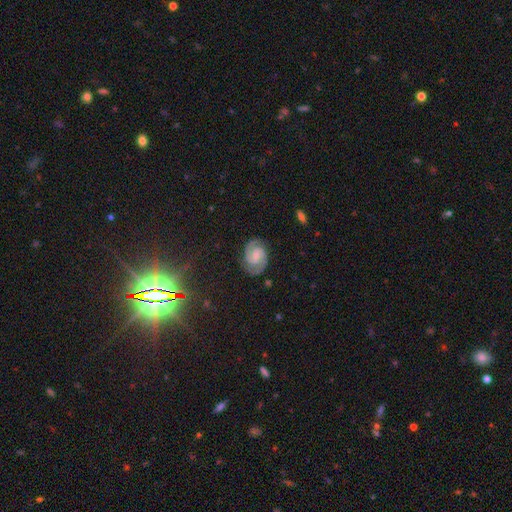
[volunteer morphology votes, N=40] Q: Smooth or featured?
A: featured or disk (92%); runner-up: star or artifact (5%)
Q: Edge-on disk?
A: no (100%)
Q: Bar?
A: weak (57%); runner-up: strong (24%)
Q: Spiral arms?
A: yes (100%)
Q: Spiral winding?
A: medium (59%); runner-up: tight (32%)
Q: Spiral arm count?
A: 2 (100%)
Q: Bulge size?
A: small (35%); runner-up: none (32%)
Q: Merging?
A: none (87%); runner-up: minor disturbance (13%)